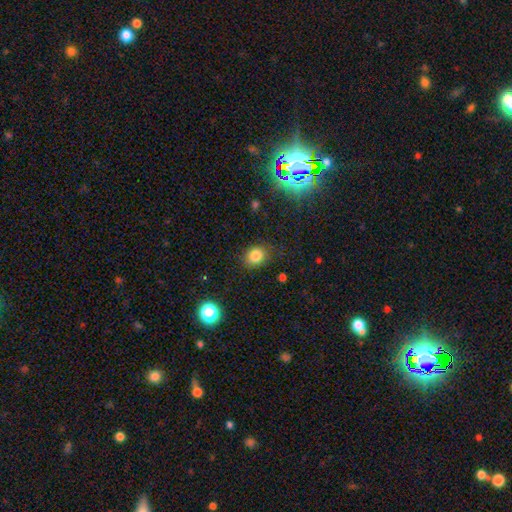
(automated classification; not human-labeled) This is clearly a smooth galaxy (82%). How rounded: likely round (67%). Merging: clearly none (81%).